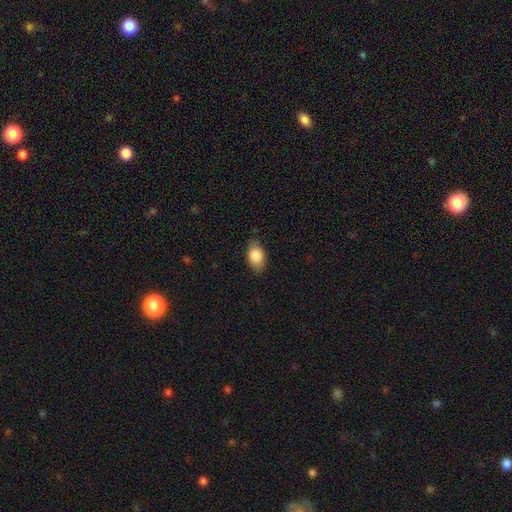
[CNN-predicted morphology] Q: Smooth or featured?
A: smooth (84%); runner-up: featured or disk (9%)
Q: How rounded?
A: in between (89%); runner-up: round (9%)
Q: Merging?
A: none (81%); runner-up: minor disturbance (15%)